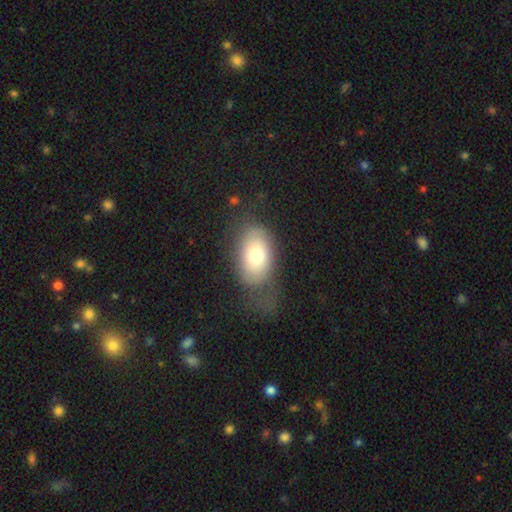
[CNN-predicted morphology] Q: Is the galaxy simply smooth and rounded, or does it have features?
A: smooth — 72%.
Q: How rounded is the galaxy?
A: in between — 86%.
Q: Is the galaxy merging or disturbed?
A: none — 55%.